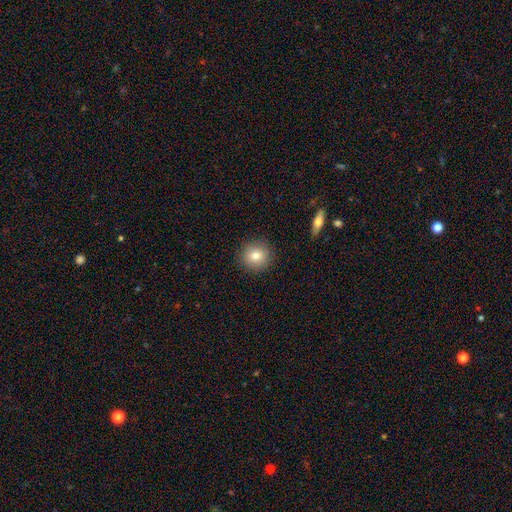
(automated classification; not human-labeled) A smooth galaxy with no disk features (78%) that is round (92%).

Vote fractions:
- Smooth or featured? smooth: 78% / featured or disk: 12% / star or artifact: 10%
- How rounded? round: 92% / in between: 7% / cigar-shaped: 1%
- Merging? none: 90% / minor disturbance: 6% / major disturbance: 2% / merger: 1%